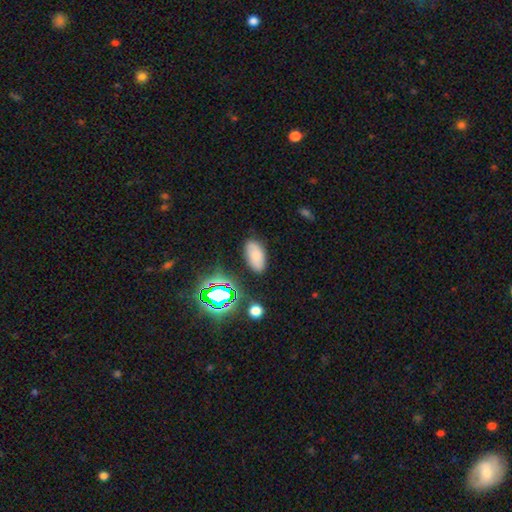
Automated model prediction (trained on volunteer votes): This is likely a smooth galaxy (71%). How rounded: clearly in between (93%). Merging: clearly none (81%).